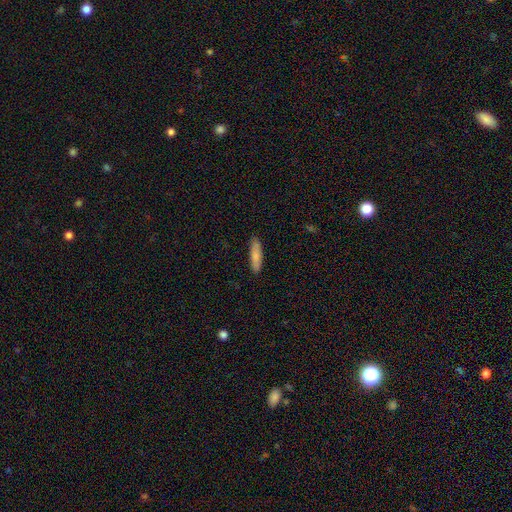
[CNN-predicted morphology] This is clearly a smooth galaxy (82%). How rounded: likely cigar-shaped (76%). Merging: clearly none (88%).